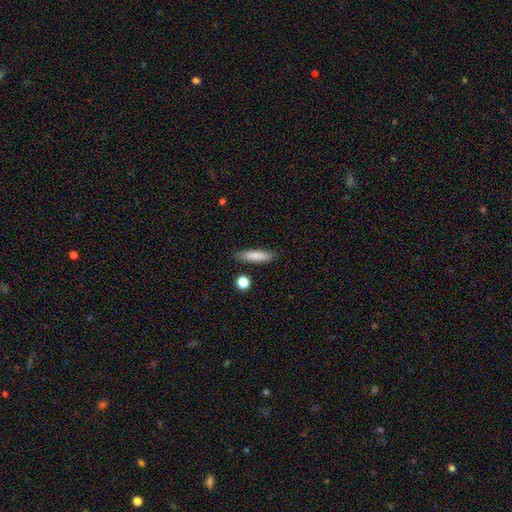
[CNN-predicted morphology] Smooth or featured?
  - smooth: 83% *
  - featured or disk: 10%
  - star or artifact: 7%
How rounded?
  - cigar-shaped: 76% *
  - in between: 23%
  - round: 2%
Merging?
  - none: 87% *
  - minor disturbance: 9%
  - merger: 3%
  - major disturbance: 2%